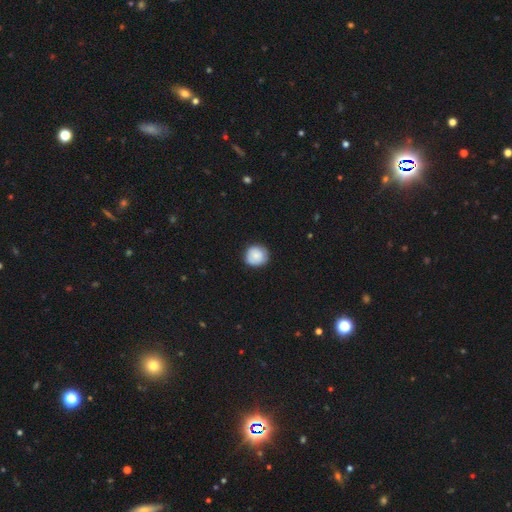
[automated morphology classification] Overall: smooth (82%). How rounded: round (90%). Merging: none (81%).